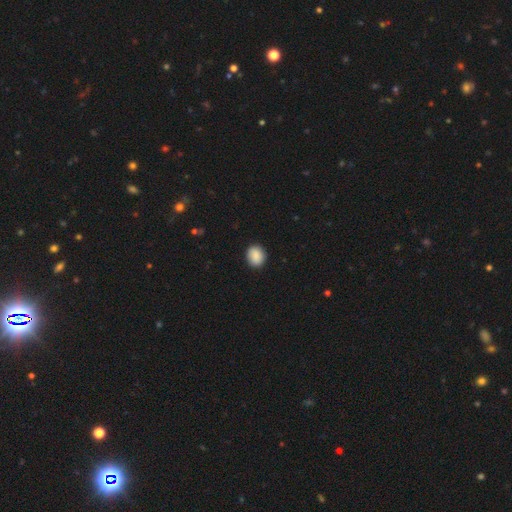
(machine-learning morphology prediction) Overall: smooth (89%). How rounded: round (61%; in between 38%). Merging: none (90%).